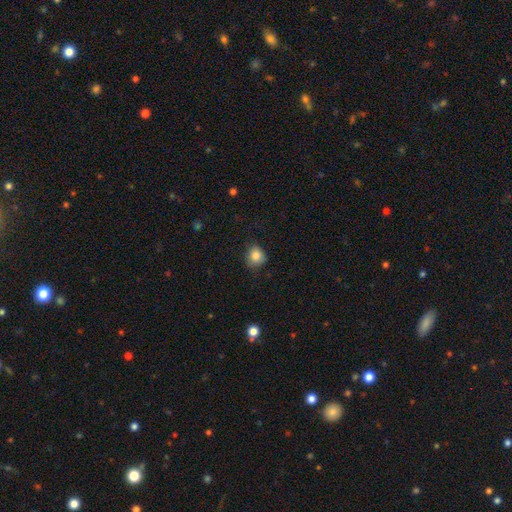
Q: Smooth or featured?
A: smooth (88%); runner-up: star or artifact (8%)
Q: How rounded?
A: round (86%); runner-up: in between (14%)
Q: Merging?
A: none (86%); runner-up: minor disturbance (8%)